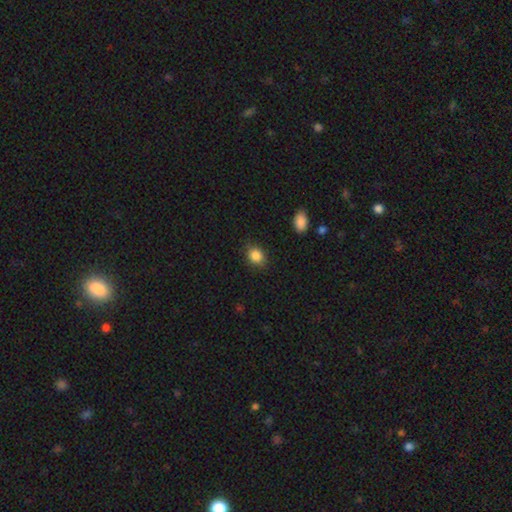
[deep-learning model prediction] This is clearly a smooth galaxy (86%). How rounded: possibly round (57%). Merging: clearly none (83%).